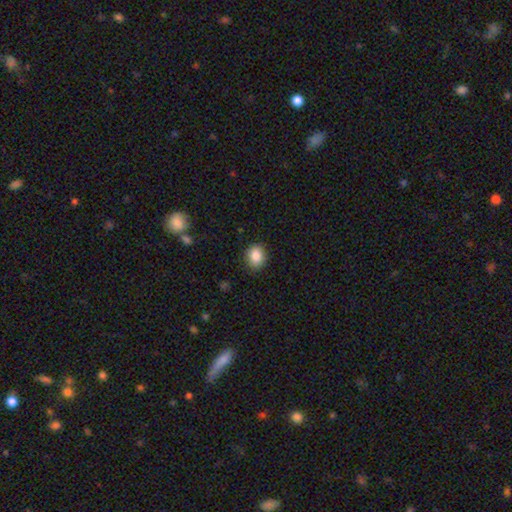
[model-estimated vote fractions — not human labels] Smooth or featured? Predicted: smooth (p=0.85). How rounded? Predicted: round (p=0.54). Merging? Predicted: none (p=0.86).